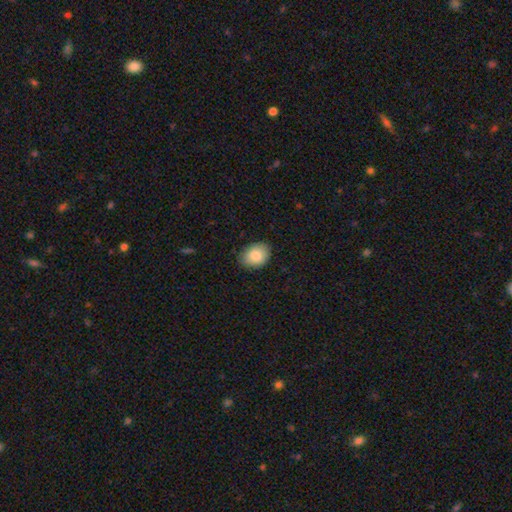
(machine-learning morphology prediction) This is clearly a smooth galaxy (86%). How rounded: likely in between (73%). Merging: clearly none (83%).